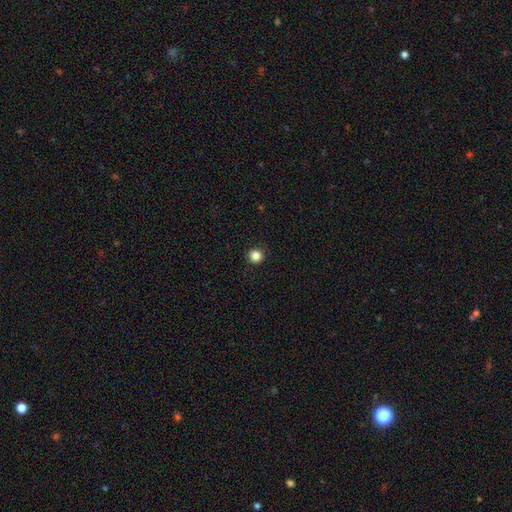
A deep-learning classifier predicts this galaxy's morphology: Q: Smooth or featured?
A: smooth (84%); runner-up: star or artifact (12%)
Q: How rounded?
A: round (96%); runner-up: in between (3%)
Q: Merging?
A: none (93%); runner-up: minor disturbance (4%)